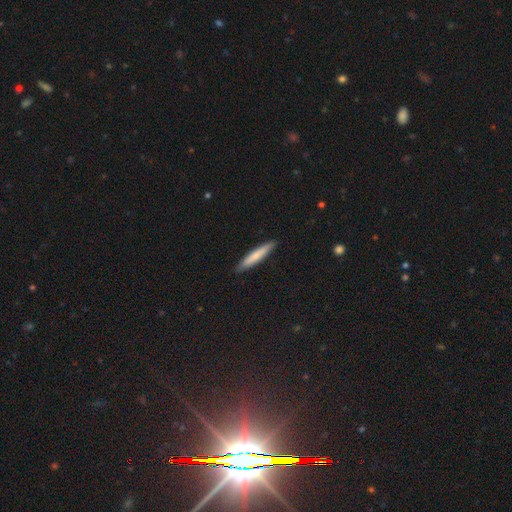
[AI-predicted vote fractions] This is likely a smooth galaxy (74%). How rounded: clearly cigar-shaped (93%). Merging: clearly none (91%).